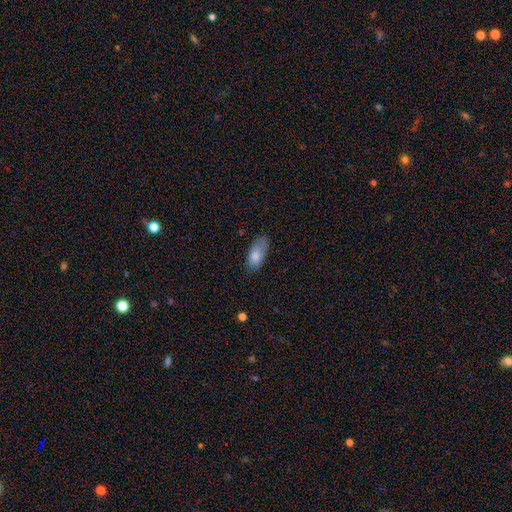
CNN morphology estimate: The model was most divided on "merging": none: 64%, minor disturbance: 27%, major disturbance: 7%, merger: 2%. More confident: how rounded — in between (87%); smooth or featured — smooth (81%).